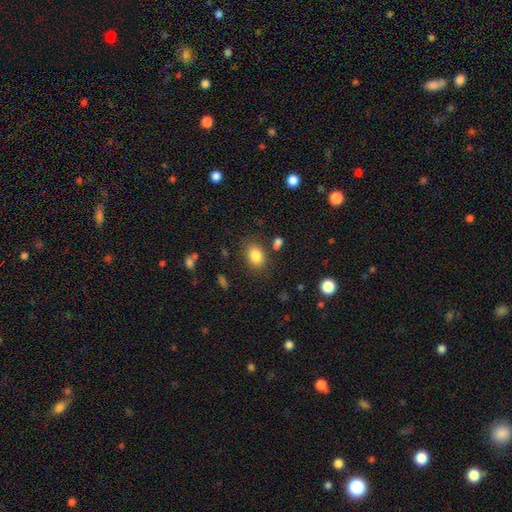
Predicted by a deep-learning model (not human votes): smooth-or-featured: smooth: 84% | star or artifact: 9% | featured or disk: 6%
  how-rounded: in between: 72% | round: 27% | cigar-shaped: 1%
  merging: none: 79% | minor disturbance: 12% | merger: 4% | major disturbance: 4%